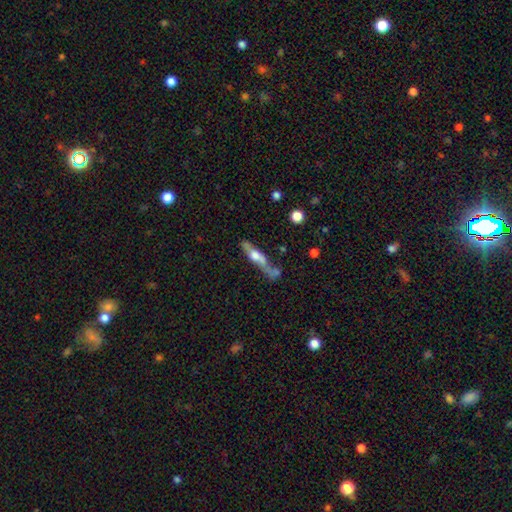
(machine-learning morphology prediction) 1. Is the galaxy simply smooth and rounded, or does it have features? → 60% featured or disk, 34% smooth, 7% star or artifact.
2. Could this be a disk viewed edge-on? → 82% yes, 18% no.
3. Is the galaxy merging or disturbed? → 44% none, 21% minor disturbance, 19% merger, 16% major disturbance.